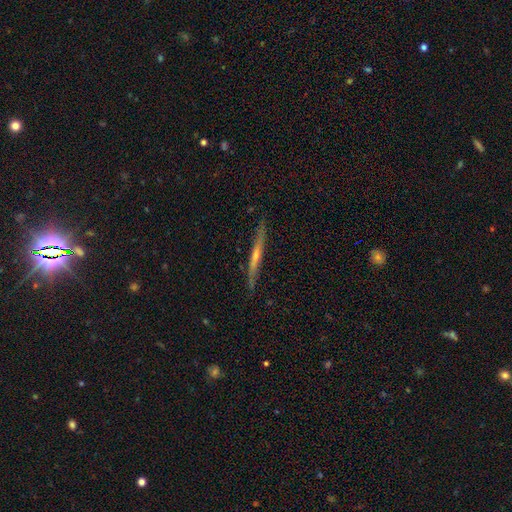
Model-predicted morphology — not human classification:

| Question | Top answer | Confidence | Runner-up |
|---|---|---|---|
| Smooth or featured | featured or disk | 67% | smooth (27%) |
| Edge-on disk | yes | 96% | no (4%) |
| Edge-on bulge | rounded | 53% | none (42%) |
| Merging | none | 87% | minor disturbance (10%) |